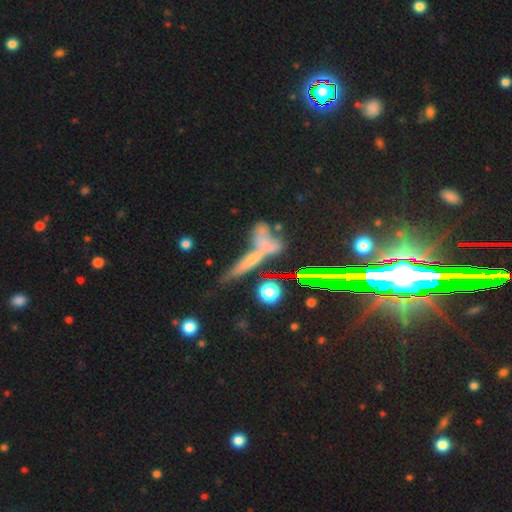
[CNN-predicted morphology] A smooth galaxy with no disk features (35%). Merging: none (37%).